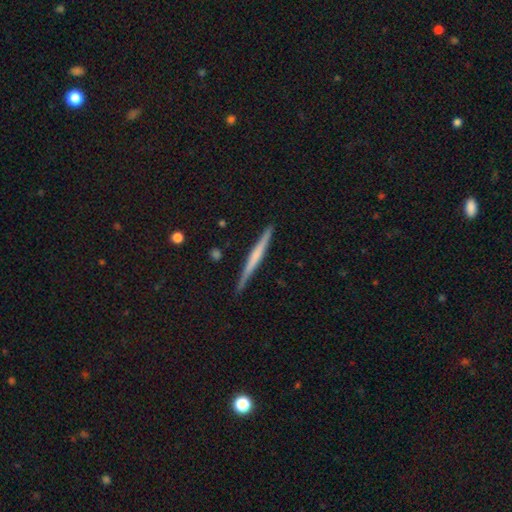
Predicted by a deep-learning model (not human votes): Smooth or featured: featured or disk — 56% (smooth — 39%)
Edge-on disk: yes — 98% (no — 2%)
Edge-on bulge: none — 67% (rounded — 20%)
Merging: none — 90% (minor disturbance — 8%)